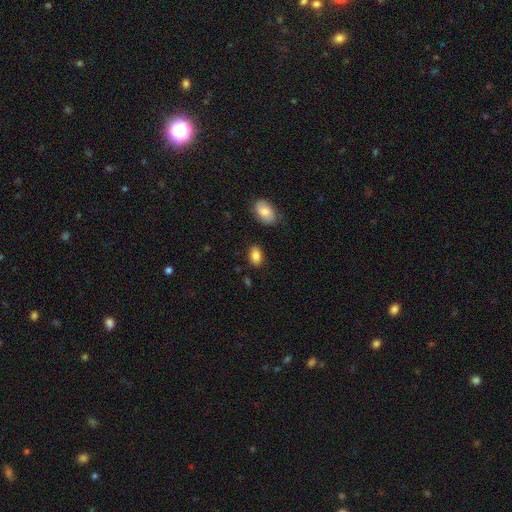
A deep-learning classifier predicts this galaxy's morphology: The model was most divided on "merging": none: 84%, minor disturbance: 11%, merger: 3%, major disturbance: 2%. More confident: how rounded — in between (89%); smooth or featured — smooth (86%).